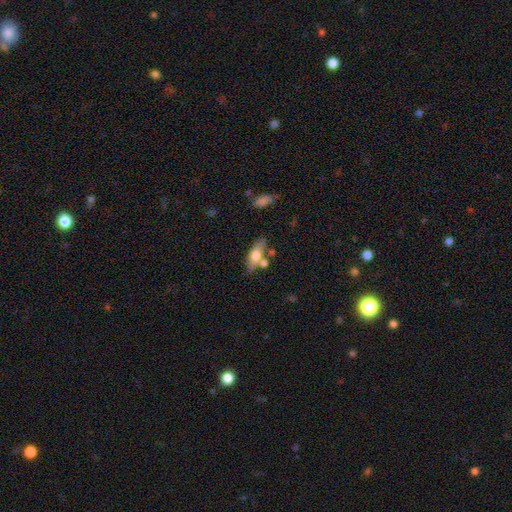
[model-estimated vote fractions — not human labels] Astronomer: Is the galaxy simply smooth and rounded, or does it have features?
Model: smooth — 63%.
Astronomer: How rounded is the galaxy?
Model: in between — 65%.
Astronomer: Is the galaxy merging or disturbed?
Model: none — 63%.